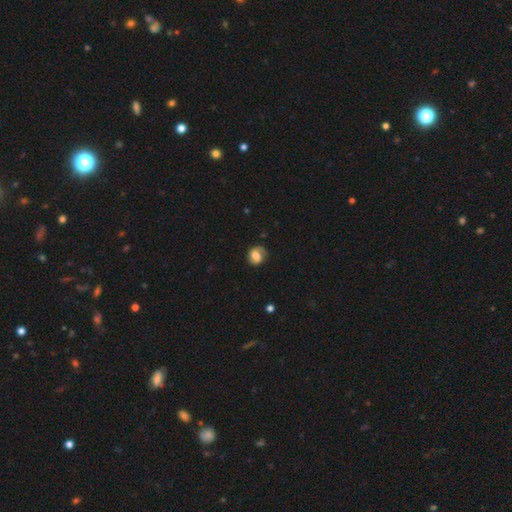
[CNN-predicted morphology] smooth-or-featured: smooth: 48% | featured or disk: 44% | star or artifact: 8%
  merging: none: 65% | minor disturbance: 23% | major disturbance: 11% | merger: 2%